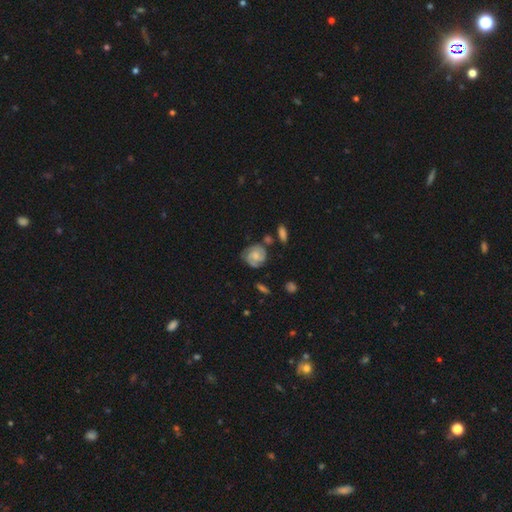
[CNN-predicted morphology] The model was most divided on "bulge size": small: 42%, moderate: 39%, none: 12%, large: 5%, dominant: 1%. Remaining: edge-on disk — no (97%); spiral arms — yes (92%); smooth or featured — featured or disk (69%); bar — no (66%); merging — none (65%); spiral winding — tight (65%); spiral arm count — 2 (43%).